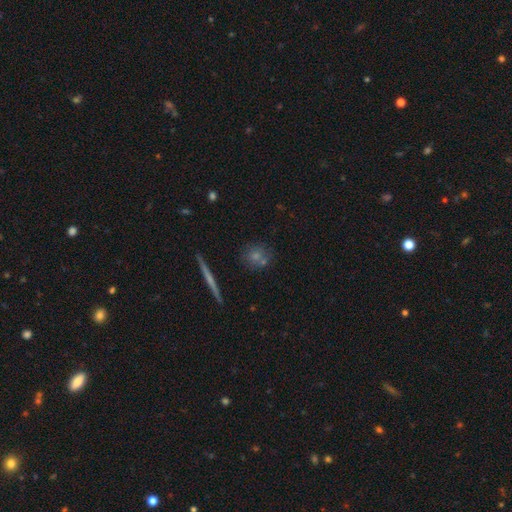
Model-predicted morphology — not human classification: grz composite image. It shows a smooth galaxy with no disk features (52%) that is round (80%). Merging: none (78%).